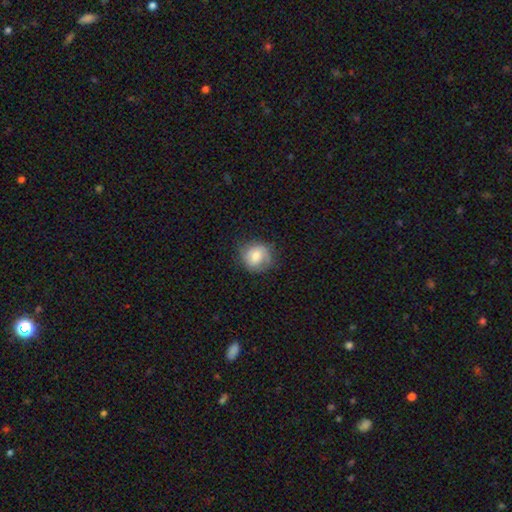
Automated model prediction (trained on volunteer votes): This appears to be a smooth galaxy with no disk features (68%) that is round (81%). Merging: none (70%).